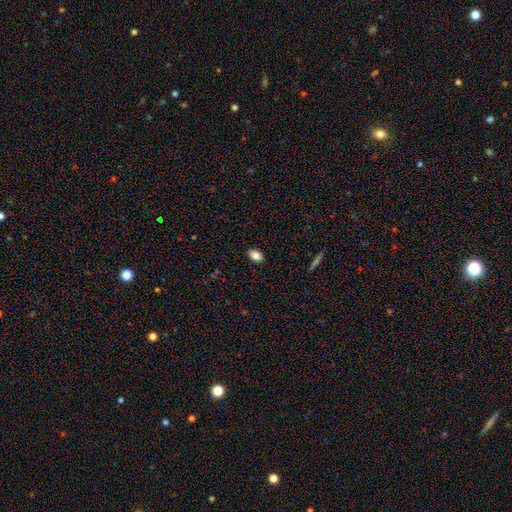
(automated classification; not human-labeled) This is clearly a smooth galaxy (84%). How rounded: clearly in between (87%). Merging: clearly none (88%).